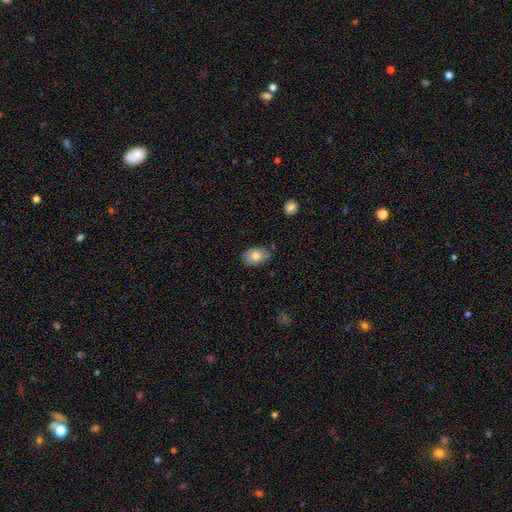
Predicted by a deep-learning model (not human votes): A smooth galaxy with no disk features (79%) that is in between round and cigar-shaped (82%). Merging: none (72%).